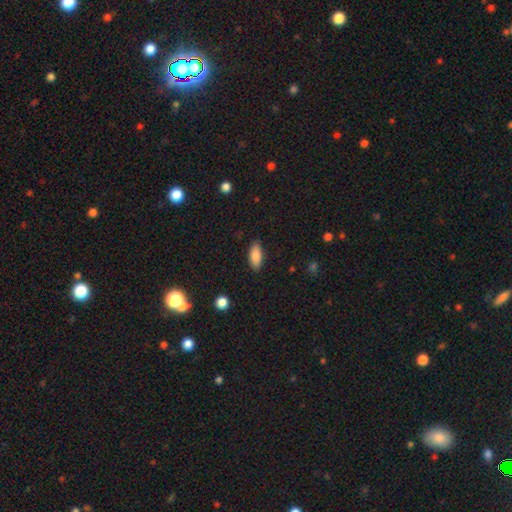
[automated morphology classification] Overall: smooth (86%). How rounded: in between (84%). Merging: none (85%).